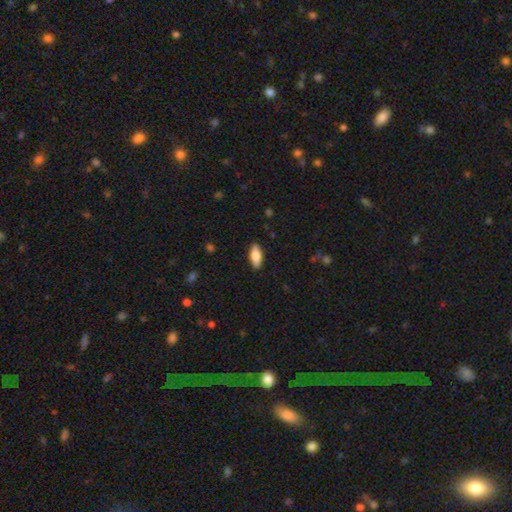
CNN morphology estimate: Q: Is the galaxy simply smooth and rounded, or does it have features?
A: smooth — 79%.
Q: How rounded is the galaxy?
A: in between — 79%.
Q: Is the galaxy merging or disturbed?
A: none — 89%.